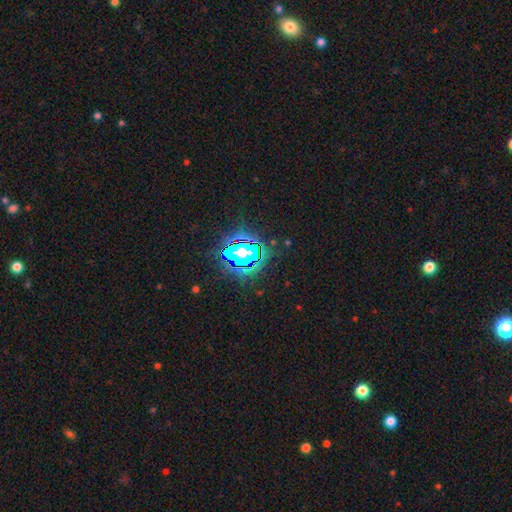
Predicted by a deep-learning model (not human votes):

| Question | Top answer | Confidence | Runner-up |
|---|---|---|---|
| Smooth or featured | star or artifact | 79% | smooth (13%) |